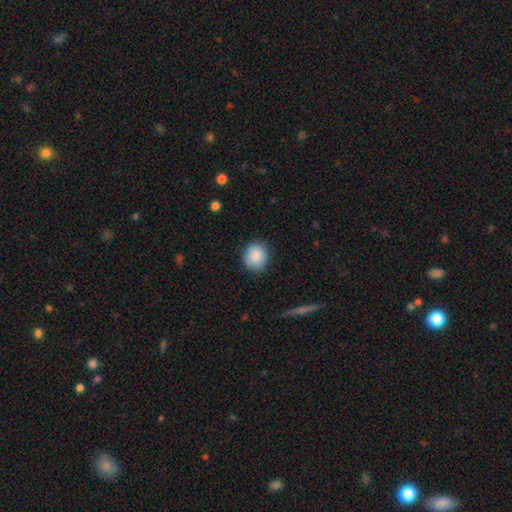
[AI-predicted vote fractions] smooth_or_featured: smooth (p=0.87) [alt: star or artifact p=0.08]
how_rounded: round (p=0.78) [alt: in between p=0.21]
merging: none (p=0.86) [alt: minor disturbance p=0.11]